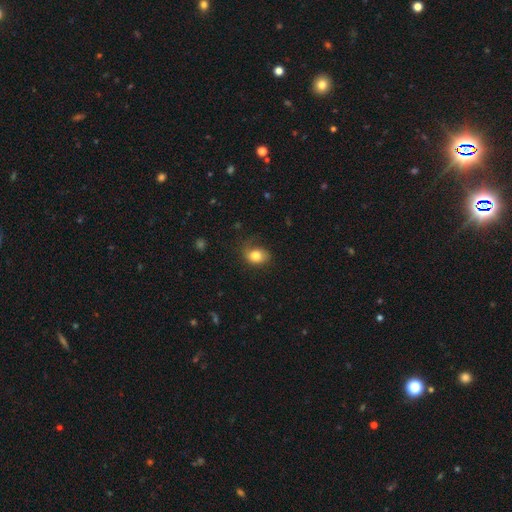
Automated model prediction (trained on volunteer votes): Q: Smooth or featured?
A: smooth (80%); runner-up: featured or disk (11%)
Q: How rounded?
A: in between (58%); runner-up: round (41%)
Q: Merging?
A: none (59%); runner-up: minor disturbance (27%)